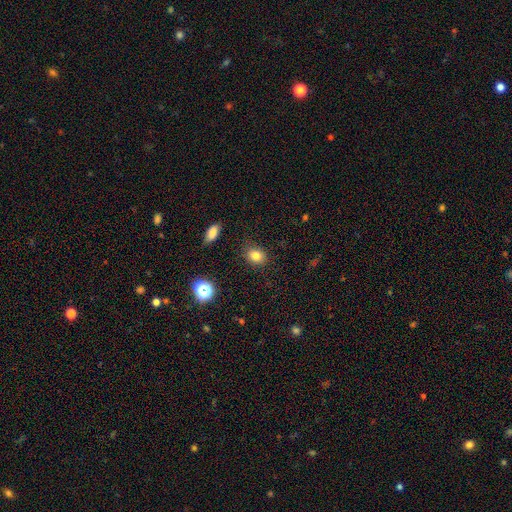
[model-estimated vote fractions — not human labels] Smooth or featured? smooth (81%)
How rounded? round (54%)
Merging? none (85%)